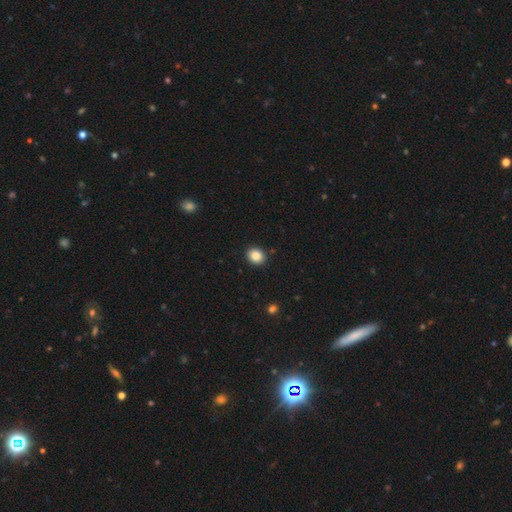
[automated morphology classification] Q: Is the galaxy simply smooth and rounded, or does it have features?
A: smooth — 86%.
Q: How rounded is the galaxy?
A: round — 63%.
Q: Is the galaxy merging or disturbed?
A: none — 91%.